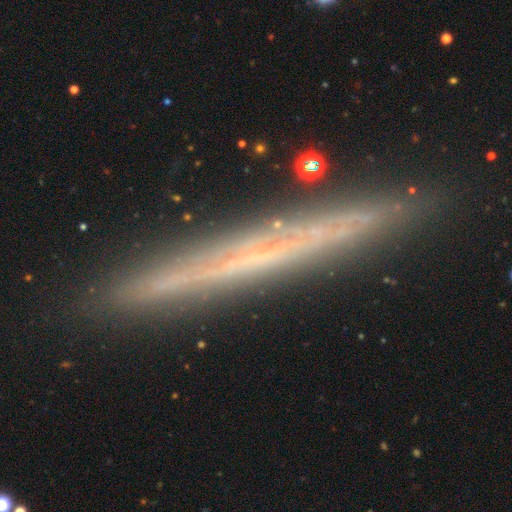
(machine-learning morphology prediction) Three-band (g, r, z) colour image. It shows a featured or disk galaxy (64%) viewed edge-on (93%) with no central bulge (76%). Merging: none (88%).